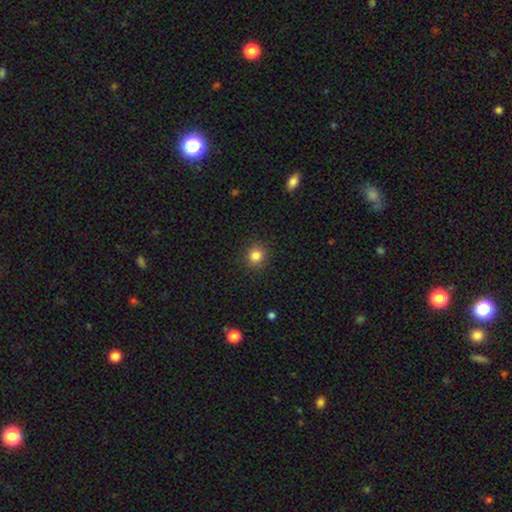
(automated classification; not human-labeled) smooth-or-featured: smooth: 84% | star or artifact: 12% | featured or disk: 5%
  how-rounded: round: 88% | in between: 12% | cigar-shaped: 1%
  merging: none: 90% | minor disturbance: 7% | major disturbance: 2% | merger: 1%